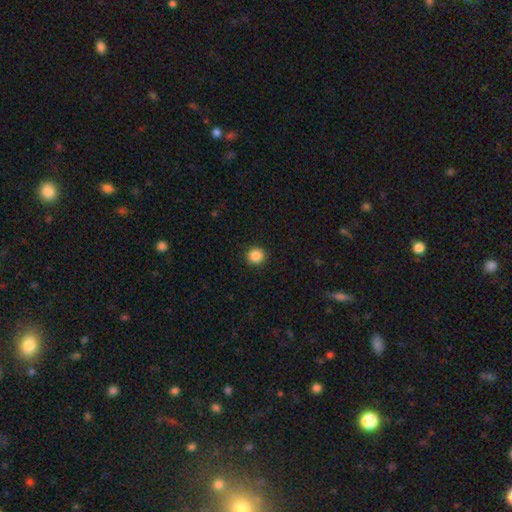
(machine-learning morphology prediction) A smooth galaxy with no disk features (87%) that is round (93%). Merging: none (93%).